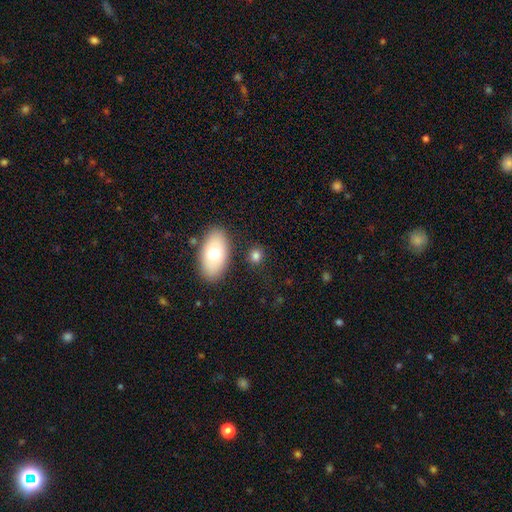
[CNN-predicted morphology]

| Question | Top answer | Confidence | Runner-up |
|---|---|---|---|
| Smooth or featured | smooth | 76% | featured or disk (13%) |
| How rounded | in between | 51% | round (46%) |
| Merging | none | 79% | minor disturbance (11%) |